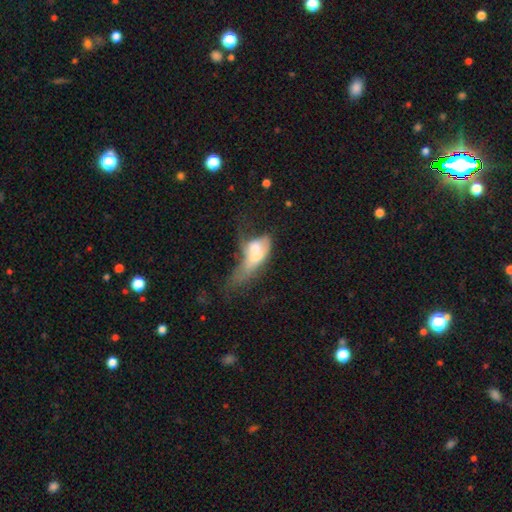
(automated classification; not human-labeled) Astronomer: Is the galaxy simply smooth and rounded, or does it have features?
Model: smooth — 47% (runner-up: featured or disk, 43%).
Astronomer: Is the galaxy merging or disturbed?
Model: merger — 41% (runner-up: major disturbance, 37%).